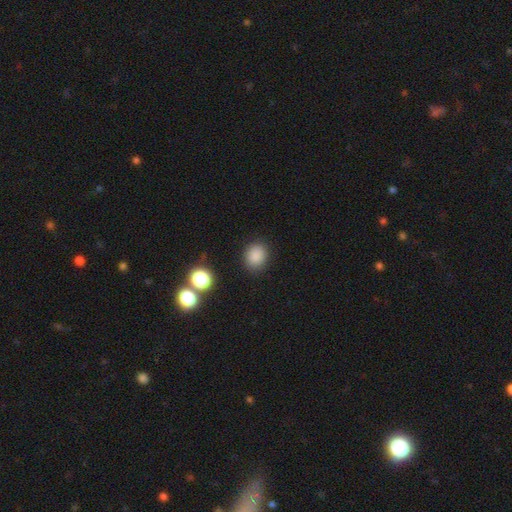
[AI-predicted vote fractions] Overall: smooth (84%). How rounded: round (66%; in between 33%). Merging: none (87%).